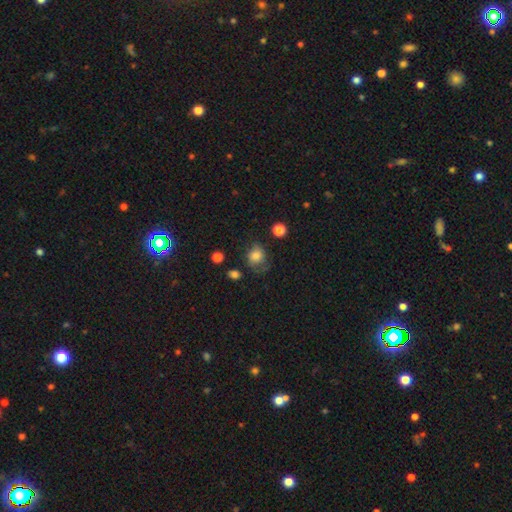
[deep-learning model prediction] A smooth galaxy with no disk features (72%) that is round (62%).

Vote fractions:
- Smooth or featured? smooth: 72% / featured or disk: 17% / star or artifact: 11%
- How rounded? round: 62% / in between: 37% / cigar-shaped: 1%
- Merging? none: 51% / minor disturbance: 30% / major disturbance: 17% / merger: 3%